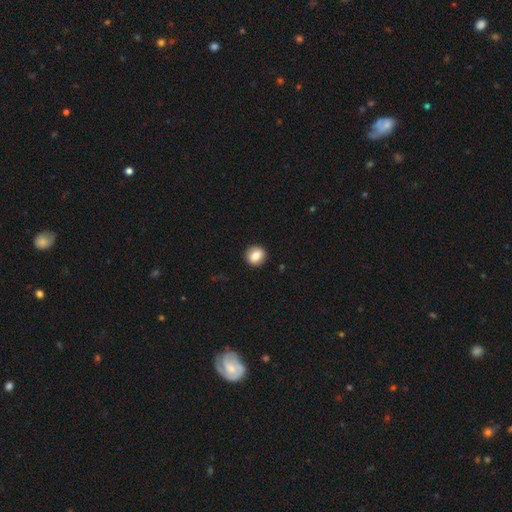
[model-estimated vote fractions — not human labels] Smooth or featured? smooth (82%)
How rounded? round (79%)
Merging? none (90%)